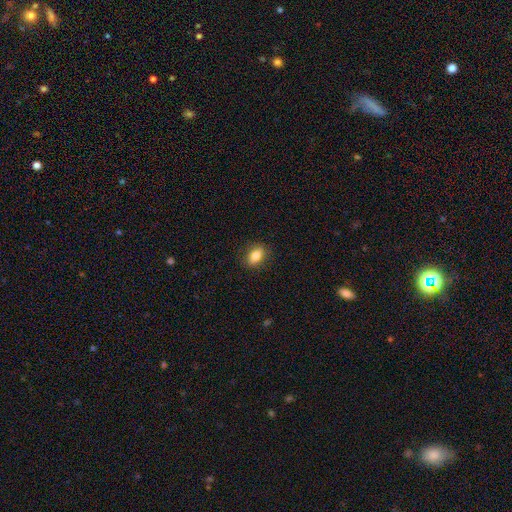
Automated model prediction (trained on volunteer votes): Smooth or featured: smooth — 81% (featured or disk — 11%)
How rounded: in between — 79% (round — 17%)
Merging: none — 85% (minor disturbance — 11%)